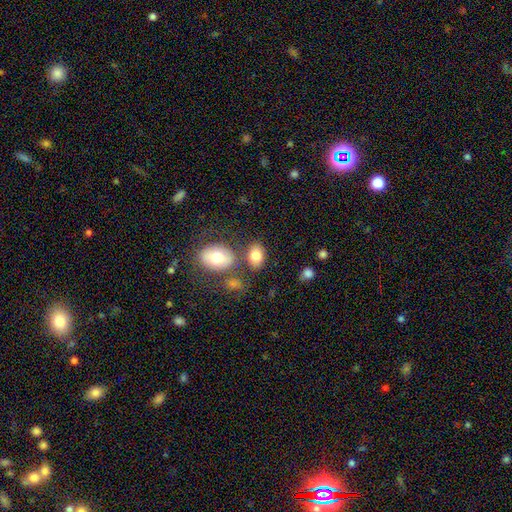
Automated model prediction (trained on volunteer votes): The model was most divided on "merging": none: 67%, merger: 15%, minor disturbance: 13%, major disturbance: 4%. More confident: smooth or featured — smooth (80%); how rounded — in between (76%).